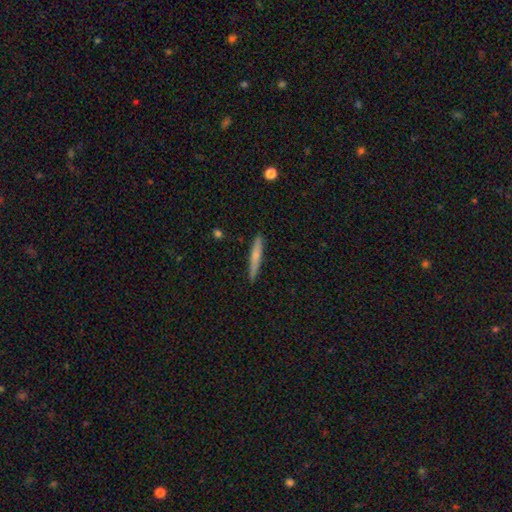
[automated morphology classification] The model was most divided on "smooth or featured": smooth: 64%, featured or disk: 30%, star or artifact: 6%. More confident: how rounded — cigar-shaped (95%); merging — none (89%).